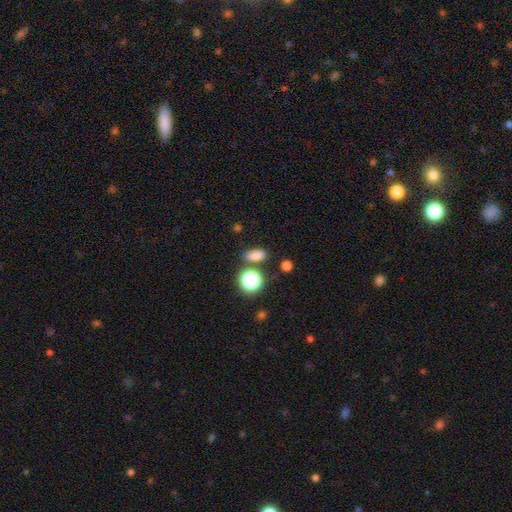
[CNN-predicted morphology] smooth 78%, star or artifact 17%, featured or disk 5%. Down the decision tree: how rounded — in between (77%); merging — none (79%).